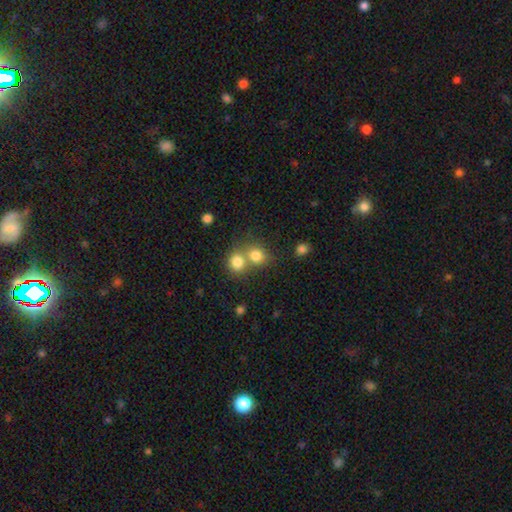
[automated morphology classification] smooth_or_featured: smooth (p=0.80) [alt: star or artifact p=0.11]
how_rounded: round (p=0.74) [alt: in between p=0.25]
merging: merger (p=0.51) [alt: none p=0.39]